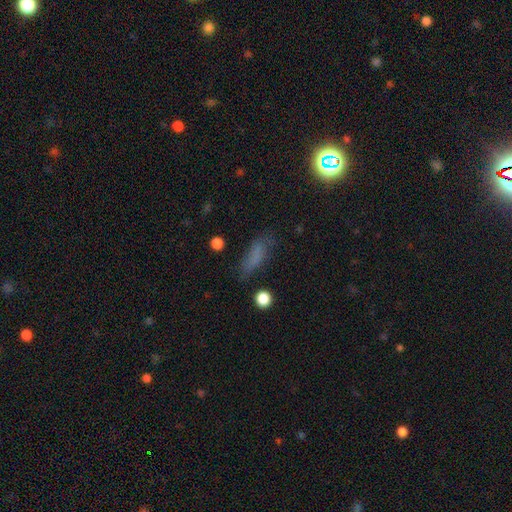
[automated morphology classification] This is likely a smooth galaxy (68%). How rounded: possibly in between (55%). Merging: likely none (65%).